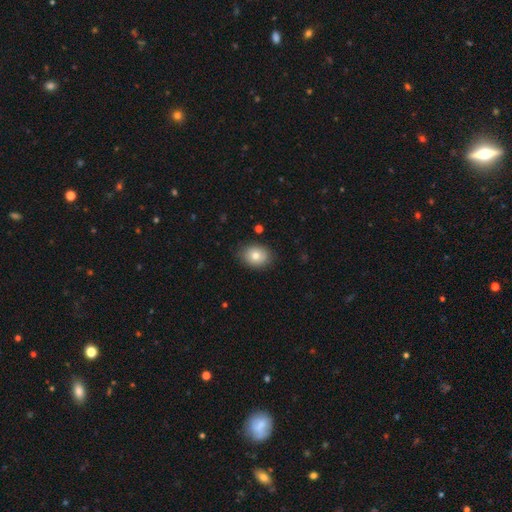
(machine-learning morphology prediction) smooth 78%, featured or disk 14%, star or artifact 8%. Down the decision tree: how rounded — in between (57%); merging — none (83%).